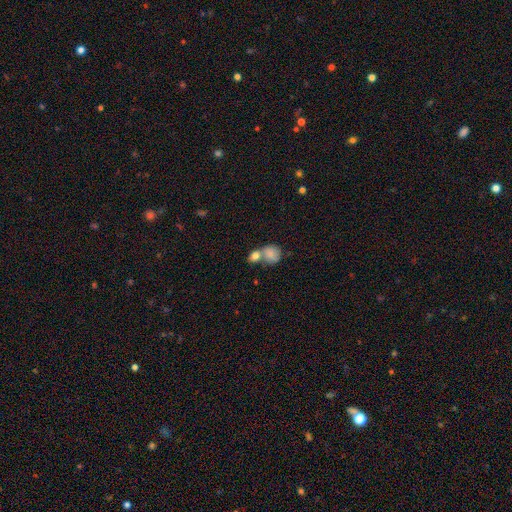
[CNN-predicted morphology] smooth 81%, featured or disk 10%, star or artifact 8%. Down the decision tree: how rounded — in between (50%); merging — merger (57%).